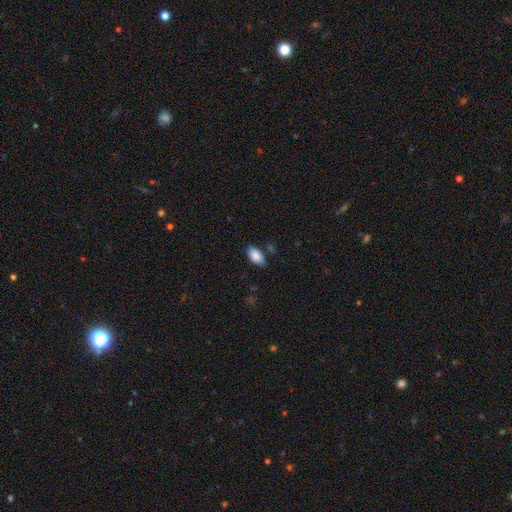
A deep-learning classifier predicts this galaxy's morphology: A smooth galaxy with no disk features (88%) that is in between round and cigar-shaped (94%). Merging: none (77%).